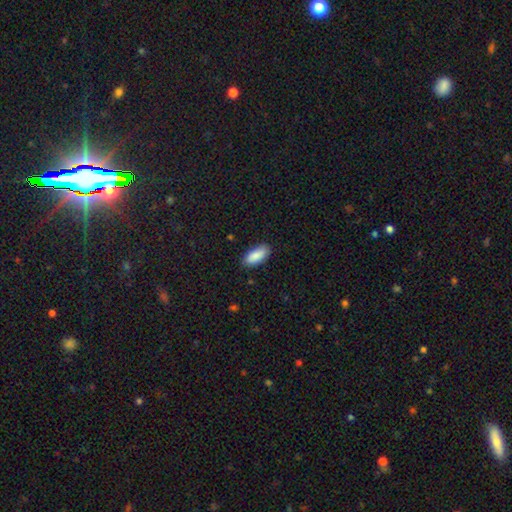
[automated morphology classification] A smooth galaxy with no disk features (89%) that is in between round and cigar-shaped (85%). Merging: none (85%).